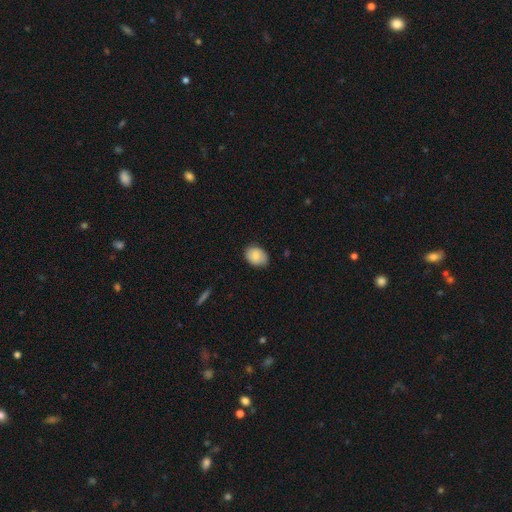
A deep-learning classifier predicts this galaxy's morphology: type=smooth (79%); roundness=in between (71%); merging=none (83%).